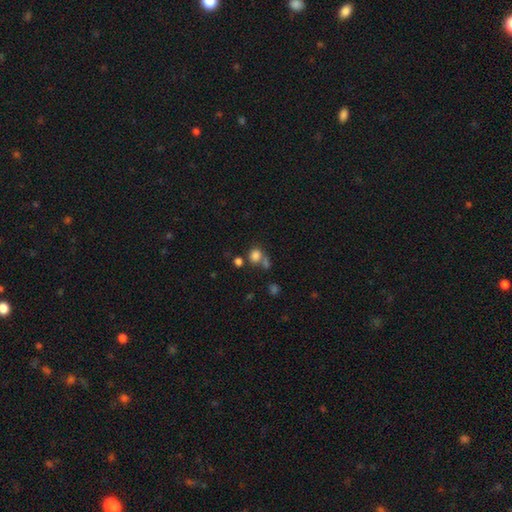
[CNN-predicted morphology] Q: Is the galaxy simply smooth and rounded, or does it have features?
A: smooth — 79%.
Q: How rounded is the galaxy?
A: round — 67%.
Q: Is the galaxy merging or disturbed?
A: none — 49%.